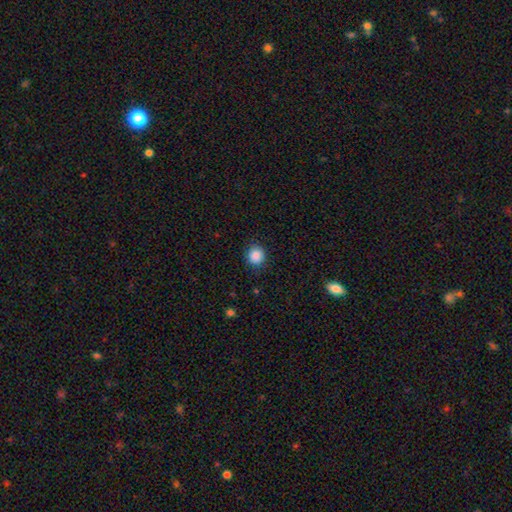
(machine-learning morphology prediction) Smooth or featured? smooth (88%)
How rounded? round (86%)
Merging? none (88%)